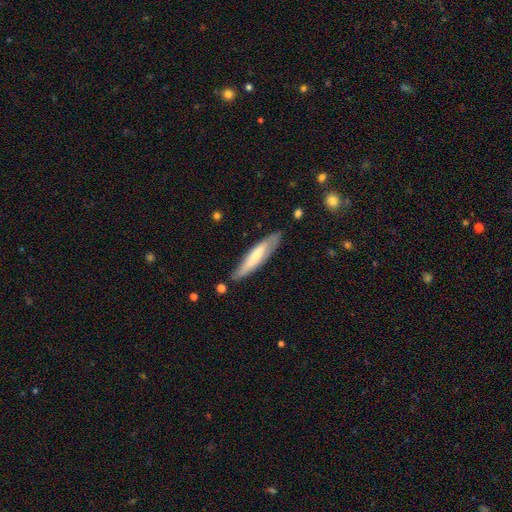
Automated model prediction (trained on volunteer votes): Q: Smooth or featured?
A: smooth (56%); runner-up: featured or disk (39%)
Q: How rounded?
A: cigar-shaped (83%); runner-up: in between (16%)
Q: Merging?
A: none (78%); runner-up: minor disturbance (17%)